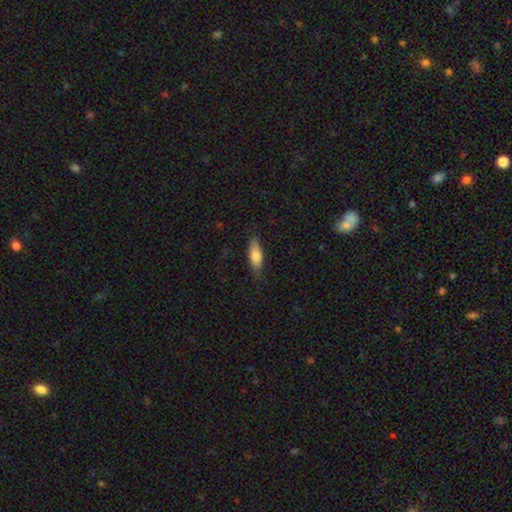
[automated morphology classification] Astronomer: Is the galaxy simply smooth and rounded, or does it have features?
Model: smooth — 76%.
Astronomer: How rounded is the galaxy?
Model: in between — 63%.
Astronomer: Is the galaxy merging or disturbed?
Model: none — 80%.